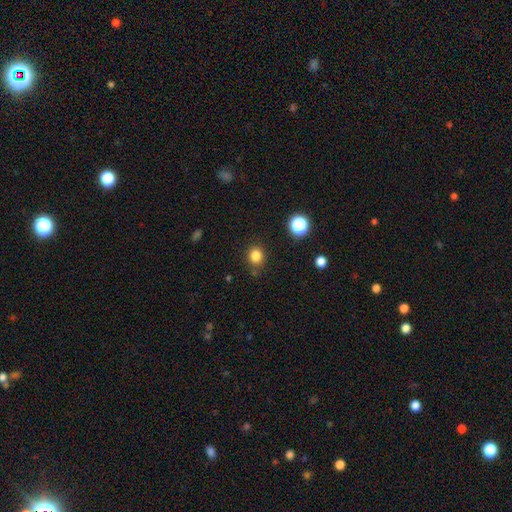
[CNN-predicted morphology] type=smooth (83%); roundness=round (79%); merging=none (82%).